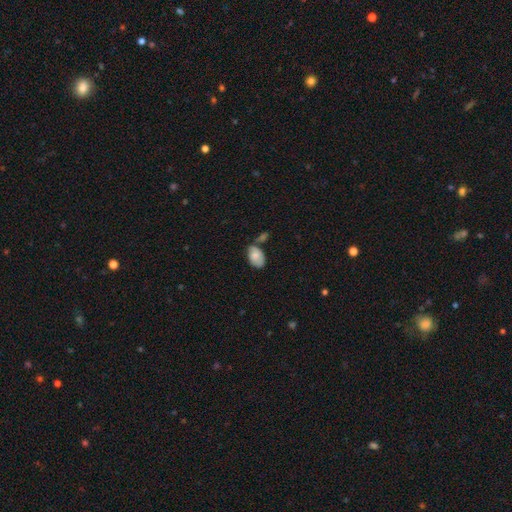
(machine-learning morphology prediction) Overall: smooth (74%). How rounded: in between (90%). Merging: none (48%; minor disturbance 26%).